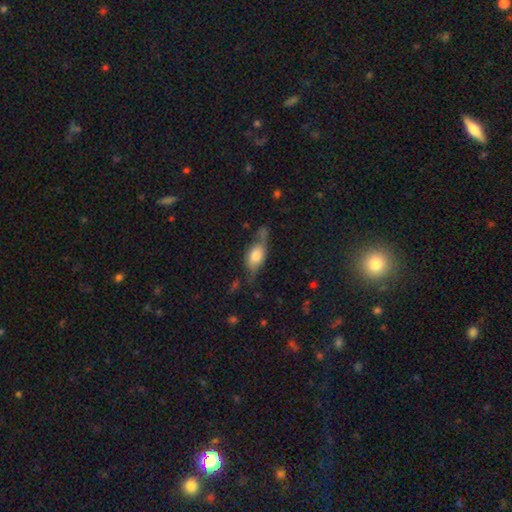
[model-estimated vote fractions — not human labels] Morphology: type=smooth (56%); roundness=in between (79%); merging=none (47%).